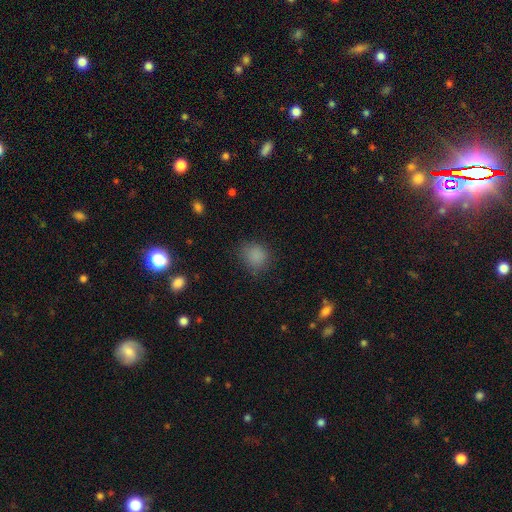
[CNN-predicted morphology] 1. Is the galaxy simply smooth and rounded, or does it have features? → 83% smooth, 13% star or artifact, 5% featured or disk.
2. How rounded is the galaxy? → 76% round, 23% in between, 1% cigar-shaped.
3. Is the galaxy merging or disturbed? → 75% none, 18% minor disturbance, 6% major disturbance, 1% merger.